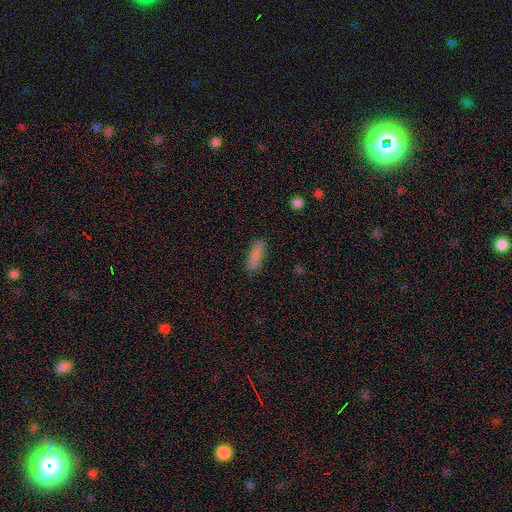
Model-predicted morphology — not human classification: This appears to be a smooth galaxy with no disk features (86%) that is in between round and cigar-shaped (54%). Merging: none (85%).